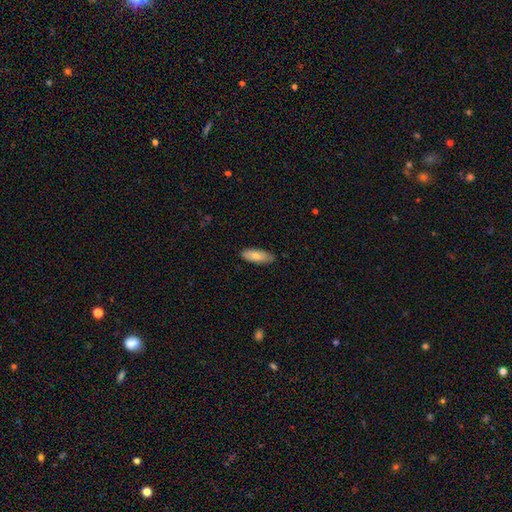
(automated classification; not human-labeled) Smooth or featured? Predicted: smooth (p=0.79). How rounded? Predicted: in between (p=0.72). Merging? Predicted: none (p=0.82).